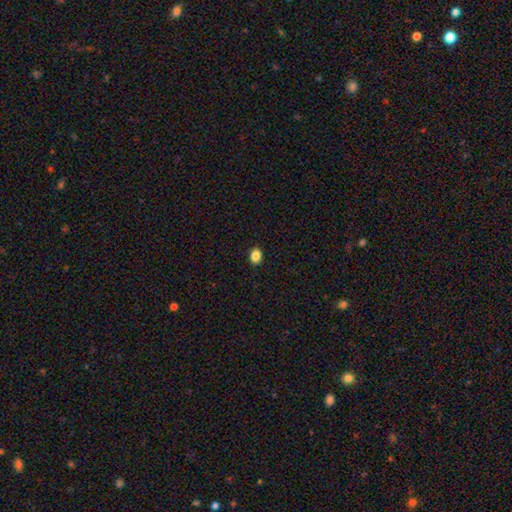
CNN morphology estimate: A smooth galaxy with no disk features (86%) that is in between round and cigar-shaped (61%). Merging: none (92%).